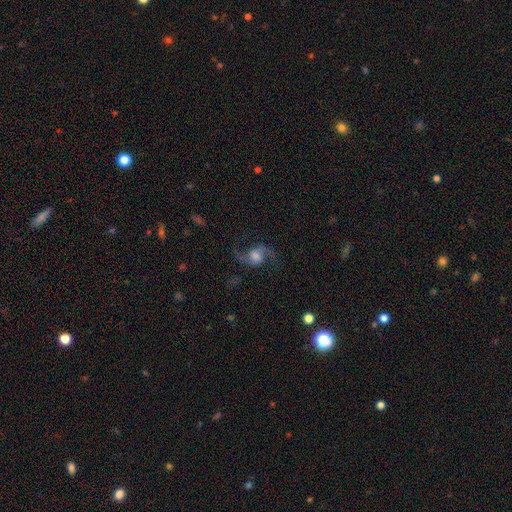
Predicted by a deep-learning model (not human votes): featured or disk 82%, smooth 10%, star or artifact 8%. Down the decision tree: edge-on disk — no (97%); bar — no (49%); spiral arms — yes (96%); spiral arm count — 2 (94%); spiral winding — loose (74%); bulge size — moderate (41%); merging — none (75%).